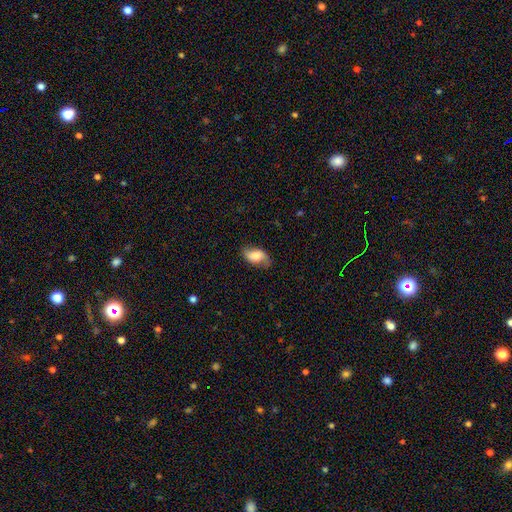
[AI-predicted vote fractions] A smooth galaxy with no disk features (57%) that is in between round and cigar-shaped (90%).

Vote fractions:
- Smooth or featured? smooth: 57% / featured or disk: 35% / star or artifact: 8%
- How rounded? in between: 90% / round: 7% / cigar-shaped: 3%
- Merging? none: 72% / minor disturbance: 20% / major disturbance: 6% / merger: 1%